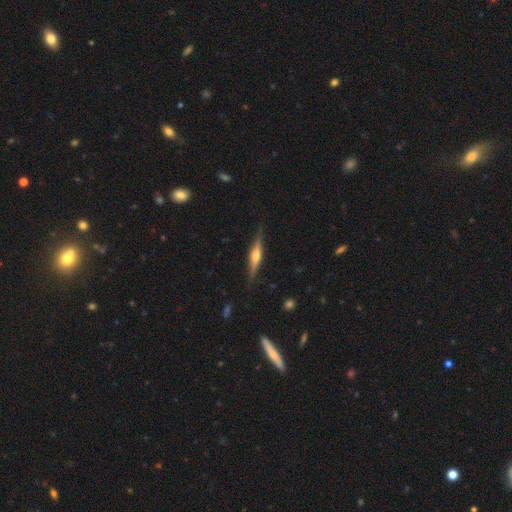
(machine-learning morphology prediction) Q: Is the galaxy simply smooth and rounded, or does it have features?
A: featured or disk — 73%.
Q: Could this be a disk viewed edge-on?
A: yes — 97%.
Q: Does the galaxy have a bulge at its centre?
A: rounded — 88%.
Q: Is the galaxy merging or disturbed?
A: none — 87%.